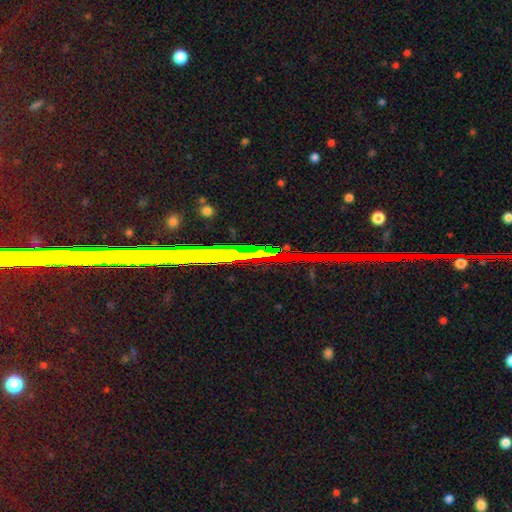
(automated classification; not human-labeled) Smooth or featured? Predicted: star or artifact (p=0.79).